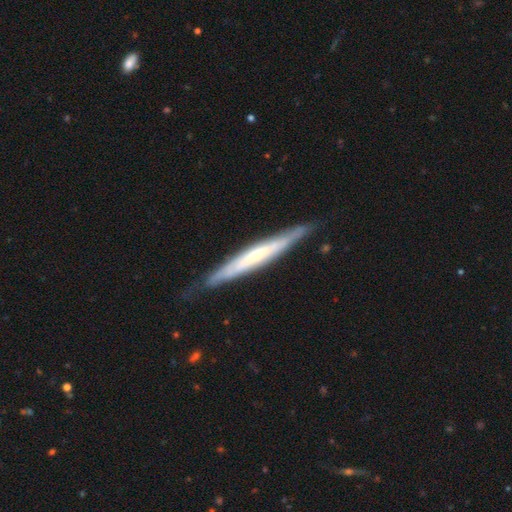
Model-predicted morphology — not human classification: This appears to be a featured or disk galaxy (64%) viewed edge-on (86%) with no central bulge (51%). Merging: none (81%).